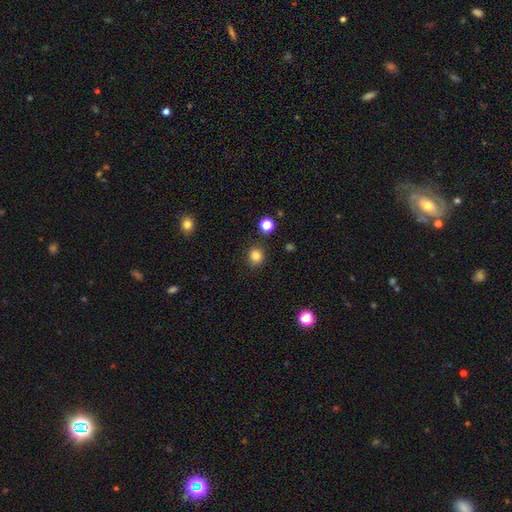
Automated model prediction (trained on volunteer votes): smooth 83%, star or artifact 12%, featured or disk 4%. Down the decision tree: how rounded — round (84%); merging — none (88%).